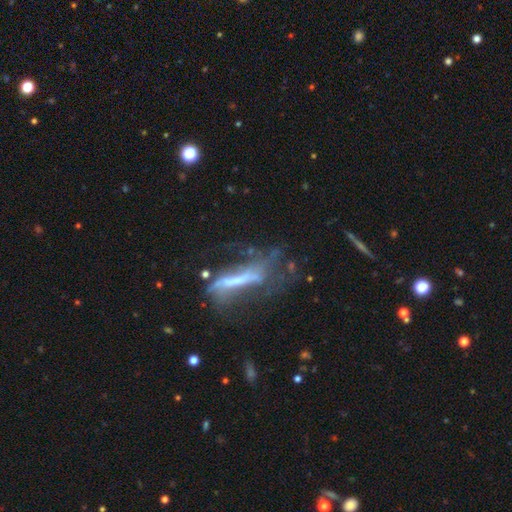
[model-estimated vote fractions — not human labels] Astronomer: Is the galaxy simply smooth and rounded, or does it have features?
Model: featured or disk — 60%.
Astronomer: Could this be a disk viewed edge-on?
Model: no — 57% (runner-up: yes, 43%).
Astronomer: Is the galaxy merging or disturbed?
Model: none — 38% (runner-up: major disturbance, 35%).